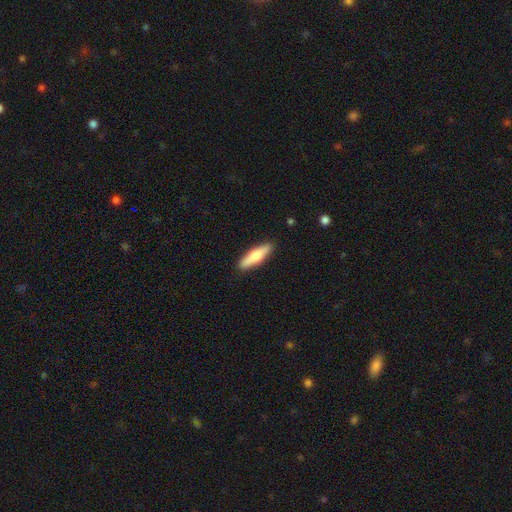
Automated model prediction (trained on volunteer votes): smooth_or_featured: smooth (p=0.53) [alt: featured or disk p=0.42]
how_rounded: cigar-shaped (p=0.68) [alt: in between p=0.29]
merging: none (p=0.90) [alt: minor disturbance p=0.07]